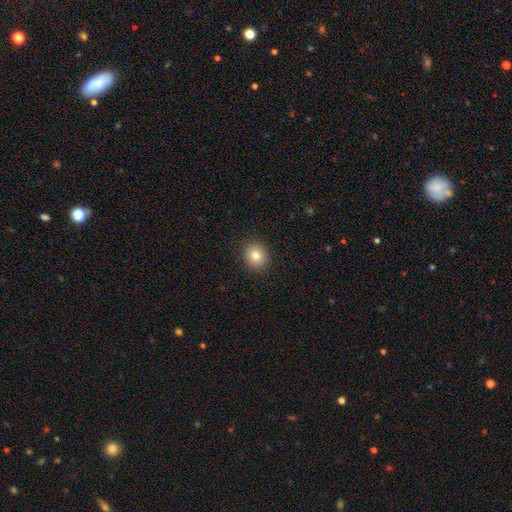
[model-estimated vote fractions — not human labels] Morphology: type=smooth (81%); roundness=round (76%); merging=none (90%).